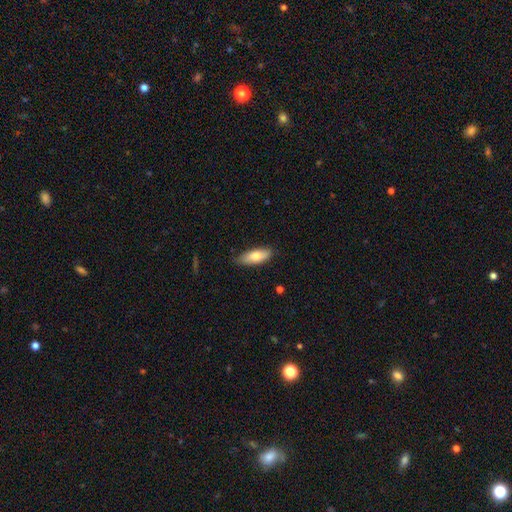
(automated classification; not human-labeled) This is likely a smooth galaxy (75%). How rounded: likely in between (72%). Merging: clearly none (81%).